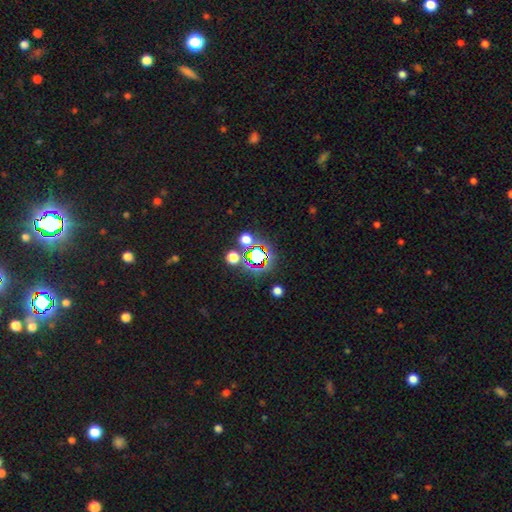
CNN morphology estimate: Smooth or featured? star or artifact (57%)